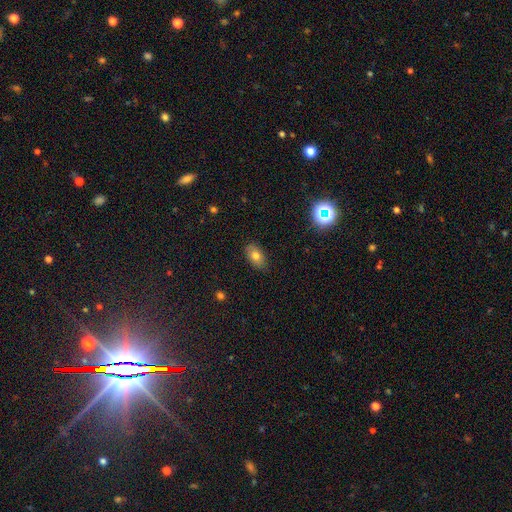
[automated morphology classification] smooth-or-featured: smooth: 74% | featured or disk: 14% | star or artifact: 11%
  how-rounded: in between: 89% | round: 9% | cigar-shaped: 2%
  merging: none: 85% | minor disturbance: 12% | major disturbance: 2% | merger: 1%